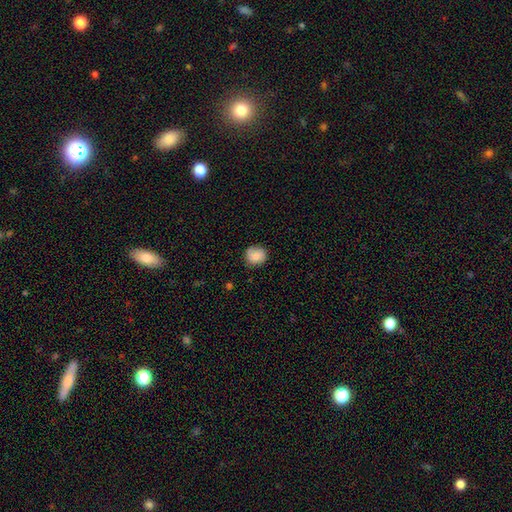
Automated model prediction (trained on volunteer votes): A smooth galaxy with no disk features (79%) that is round (86%).

Vote fractions:
- Smooth or featured? smooth: 79% / featured or disk: 13% / star or artifact: 8%
- How rounded? round: 86% / in between: 13% / cigar-shaped: 1%
- Merging? none: 80% / minor disturbance: 15% / major disturbance: 3% / merger: 1%